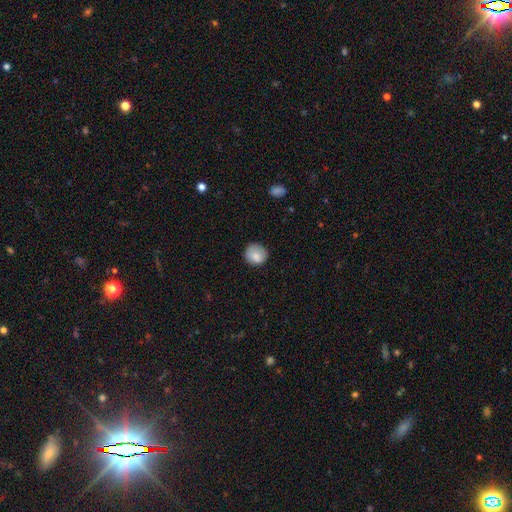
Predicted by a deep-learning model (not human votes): smooth-or-featured: smooth: 83% | featured or disk: 9% | star or artifact: 8%
  how-rounded: round: 83% | in between: 16% | cigar-shaped: 1%
  merging: none: 79% | minor disturbance: 16% | major disturbance: 4% | merger: 1%